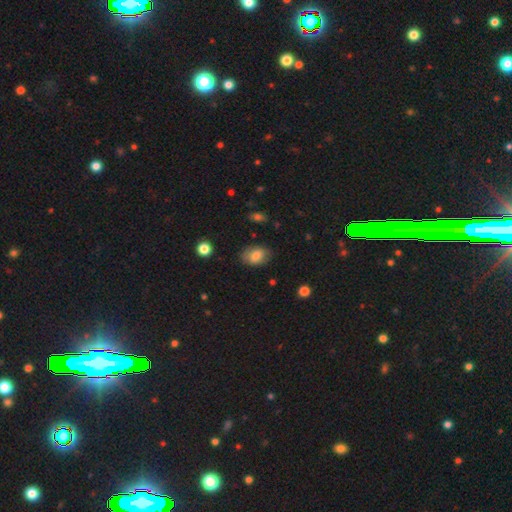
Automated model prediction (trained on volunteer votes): The model was most divided on "merging": none: 78%, minor disturbance: 16%, major disturbance: 4%, merger: 1%. More confident: how rounded — in between (82%); smooth or featured — smooth (79%).